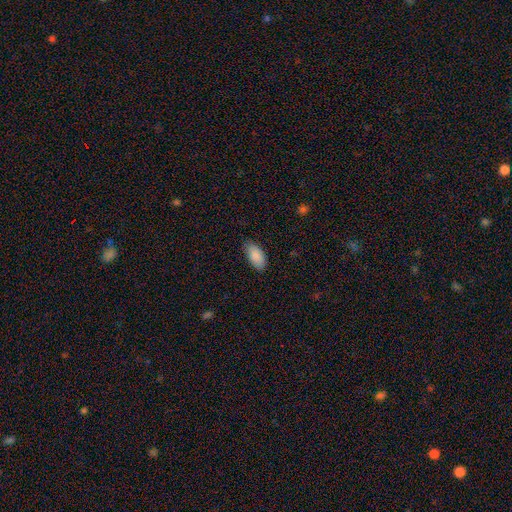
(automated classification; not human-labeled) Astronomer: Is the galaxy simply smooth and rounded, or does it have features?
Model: smooth — 89%.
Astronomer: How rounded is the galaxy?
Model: in between — 94%.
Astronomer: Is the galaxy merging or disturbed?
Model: none — 80%.